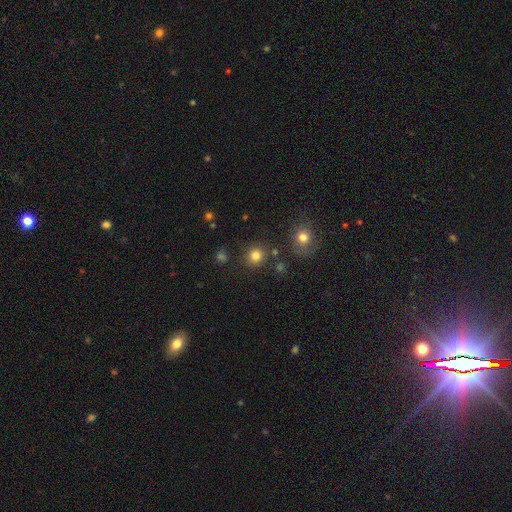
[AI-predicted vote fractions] A smooth galaxy with no disk features (81%) that is round (89%).

Vote fractions:
- Smooth or featured? smooth: 81% / star or artifact: 14% / featured or disk: 5%
- How rounded? round: 89% / in between: 10% / cigar-shaped: 1%
- Merging? none: 84% / minor disturbance: 8% / merger: 5% / major disturbance: 3%